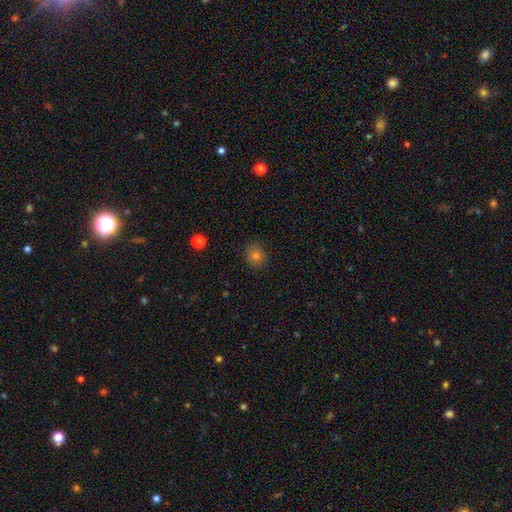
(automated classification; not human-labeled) smooth-or-featured: smooth: 76% | star or artifact: 16% | featured or disk: 8%
  how-rounded: round: 75% | in between: 24% | cigar-shaped: 1%
  merging: none: 88% | minor disturbance: 9% | major disturbance: 2% | merger: 1%